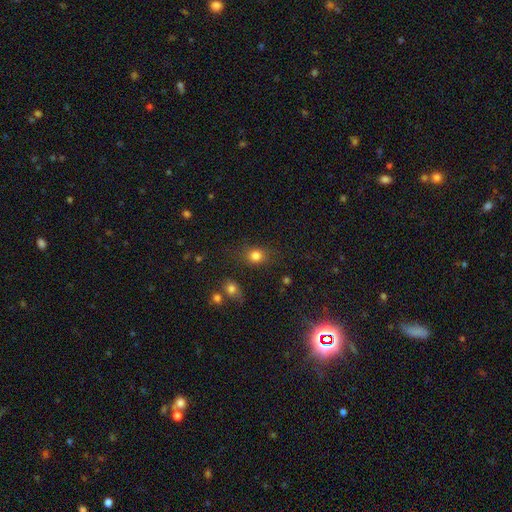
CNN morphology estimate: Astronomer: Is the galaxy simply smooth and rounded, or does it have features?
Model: smooth — 80%.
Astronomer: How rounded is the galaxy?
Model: round — 64%.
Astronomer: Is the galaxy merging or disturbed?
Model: none — 75%.